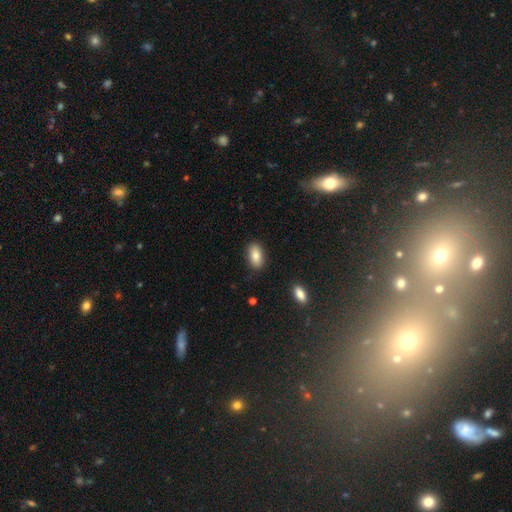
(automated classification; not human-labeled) smooth_or_featured: smooth (p=0.84) [alt: featured or disk p=0.09]
how_rounded: in between (p=0.92) [alt: round p=0.05]
merging: none (p=0.86) [alt: minor disturbance p=0.10]